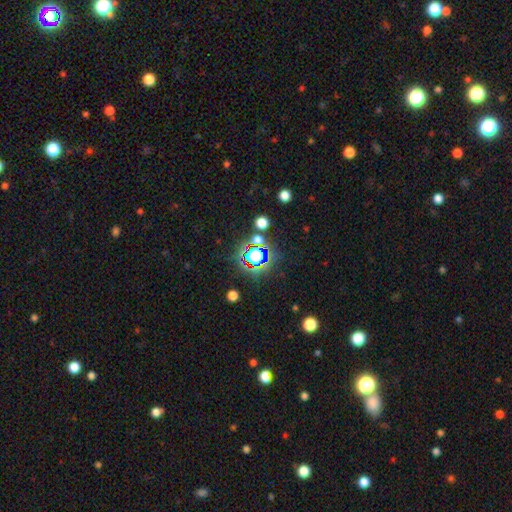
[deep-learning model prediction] Smooth or featured?
  - star or artifact: 79% *
  - smooth: 13%
  - featured or disk: 8%